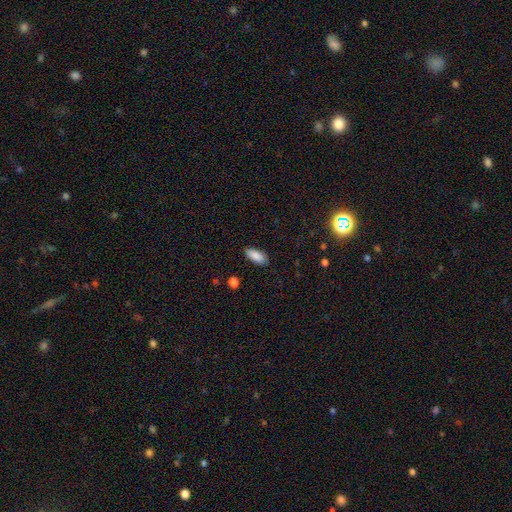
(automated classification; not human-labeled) A smooth galaxy with no disk features (88%) that is in between round and cigar-shaped (85%). Merging: none (84%).